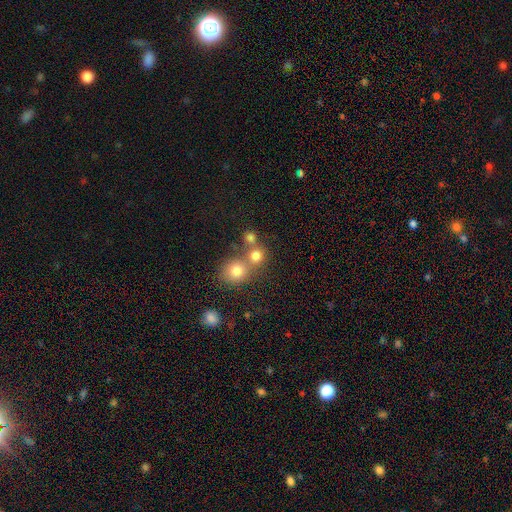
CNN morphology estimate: A smooth galaxy with no disk features (76%) that is round (84%).

Vote fractions:
- Smooth or featured? smooth: 76% / star or artifact: 14% / featured or disk: 9%
- How rounded? round: 84% / in between: 14% / cigar-shaped: 1%
- Merging? none: 51% / merger: 39% / minor disturbance: 7% / major disturbance: 4%